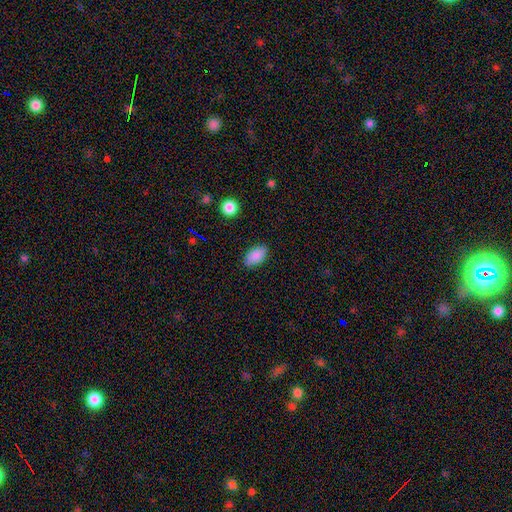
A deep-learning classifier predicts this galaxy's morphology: Overall: smooth (88%). How rounded: in between (93%). Merging: none (85%).